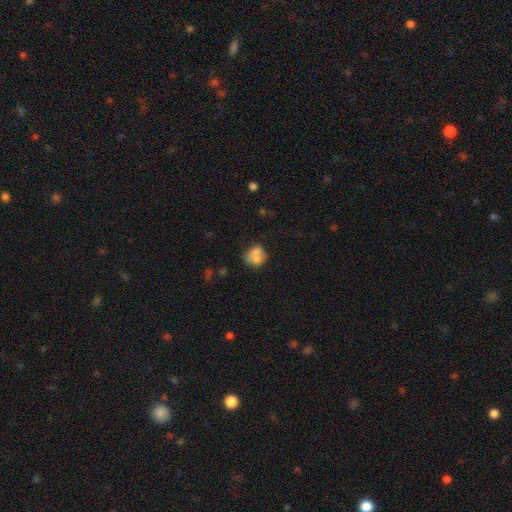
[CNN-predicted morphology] type=smooth (70%); roundness=round (66%); merging=merger (40%).